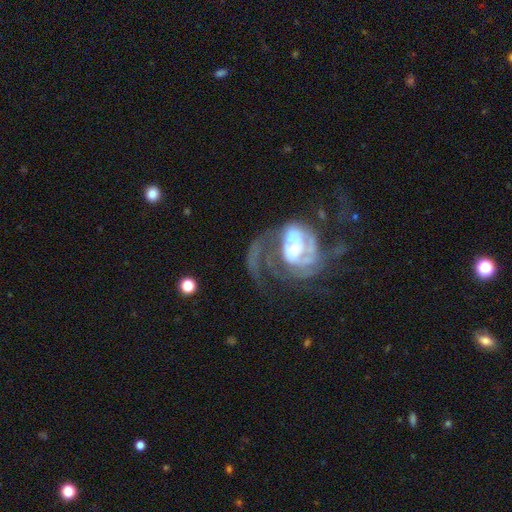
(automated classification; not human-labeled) A featured or disk galaxy (82%) with no bar (48%), 2 (37%) medium (41%) spiral arms (89%) and a small central bulge (38%). Merging: major disturbance (45%).